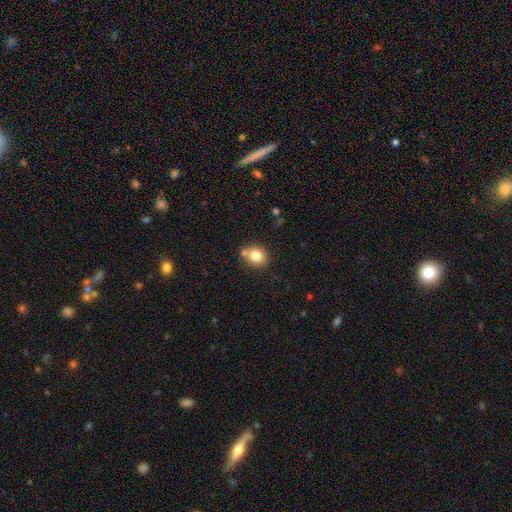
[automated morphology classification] Smooth or featured: smooth — 80% (star or artifact — 10%)
How rounded: round — 67% (in between — 32%)
Merging: none — 66% (merger — 18%)